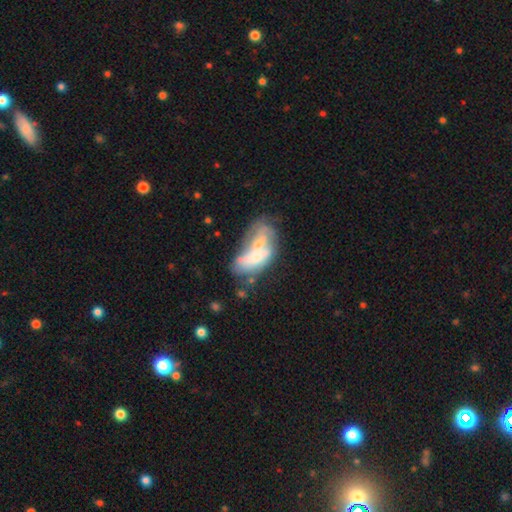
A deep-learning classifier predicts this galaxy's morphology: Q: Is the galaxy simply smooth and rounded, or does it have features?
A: featured or disk — 52%.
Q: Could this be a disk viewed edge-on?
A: no — 93%.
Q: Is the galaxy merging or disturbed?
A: merger — 50%.